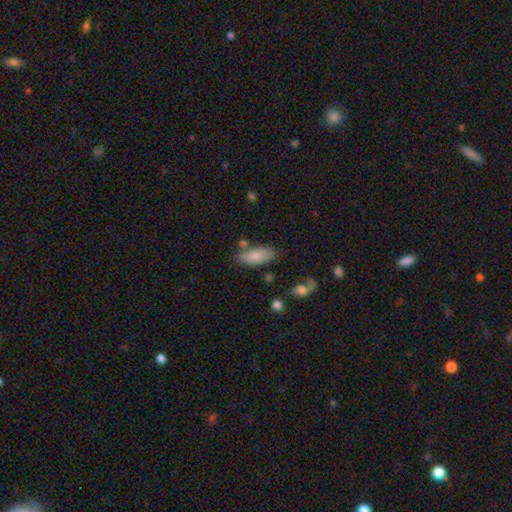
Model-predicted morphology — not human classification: Smooth or featured? Predicted: smooth (p=0.82). How rounded? Predicted: in between (p=0.82). Merging? Predicted: none (p=0.72).